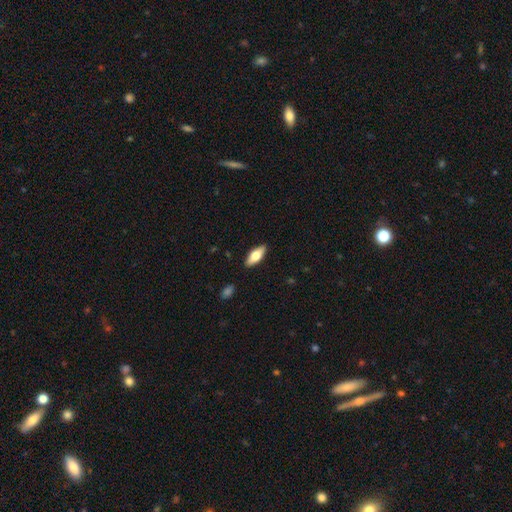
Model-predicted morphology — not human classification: Smooth or featured: smooth — 63% (featured or disk — 31%)
How rounded: in between — 75% (cigar-shaped — 23%)
Merging: none — 88% (minor disturbance — 9%)